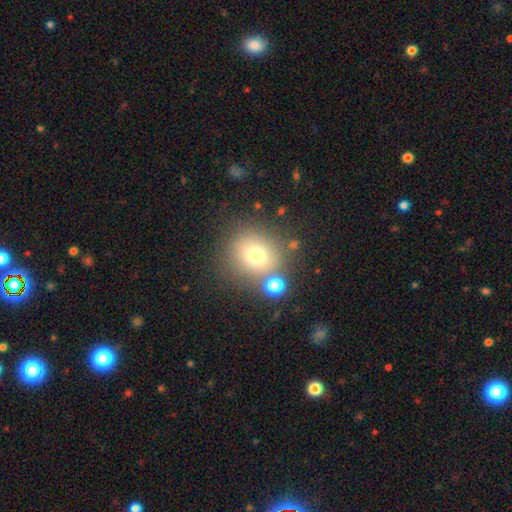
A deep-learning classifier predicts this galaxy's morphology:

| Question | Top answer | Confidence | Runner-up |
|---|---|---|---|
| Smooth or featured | smooth | 71% | star or artifact (16%) |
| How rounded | round | 81% | in between (18%) |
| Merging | none | 72% | merger (12%) |